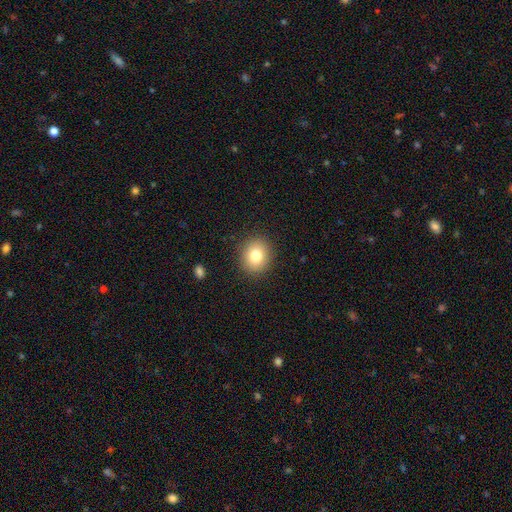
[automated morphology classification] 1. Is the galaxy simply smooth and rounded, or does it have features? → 79% smooth, 11% star or artifact, 11% featured or disk.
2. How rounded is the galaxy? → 73% round, 26% in between, 1% cigar-shaped.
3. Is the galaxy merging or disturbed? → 90% none, 7% minor disturbance, 2% major disturbance, 1% merger.